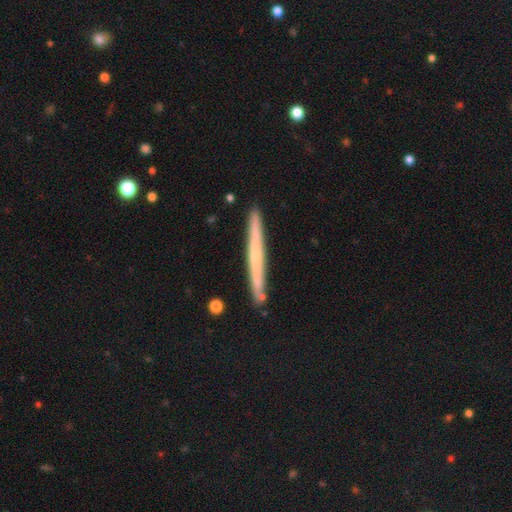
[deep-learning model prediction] smooth_or_featured: featured or disk (p=0.48) [alt: smooth p=0.45]
merging: none (p=0.89) [alt: minor disturbance p=0.08]